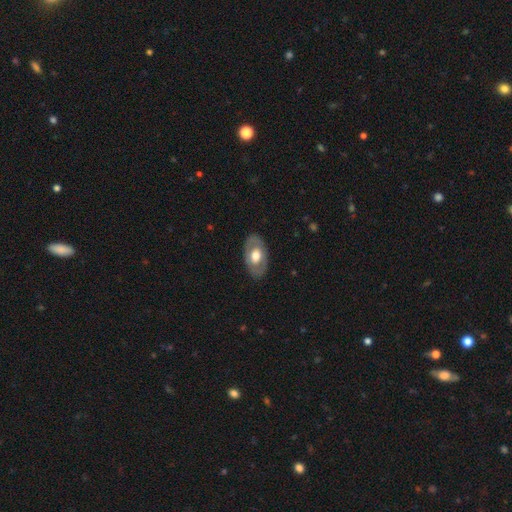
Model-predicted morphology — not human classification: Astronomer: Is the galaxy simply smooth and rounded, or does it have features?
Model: featured or disk — 51% (runner-up: smooth, 44%).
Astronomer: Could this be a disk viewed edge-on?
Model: no — 89%.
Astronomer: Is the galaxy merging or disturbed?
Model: none — 83%.